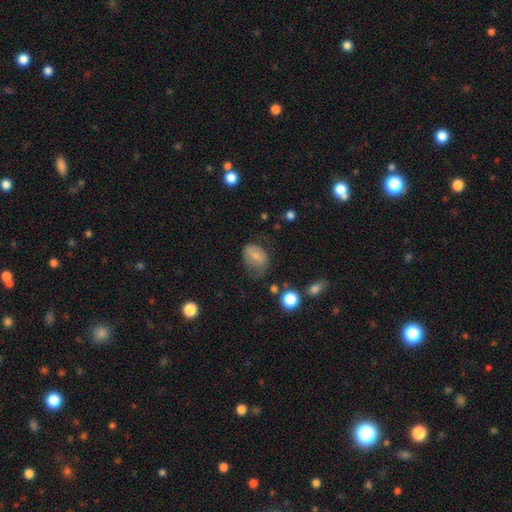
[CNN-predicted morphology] A smooth galaxy with no disk features (64%) that is in between round and cigar-shaped (73%). Merging: none (37%).